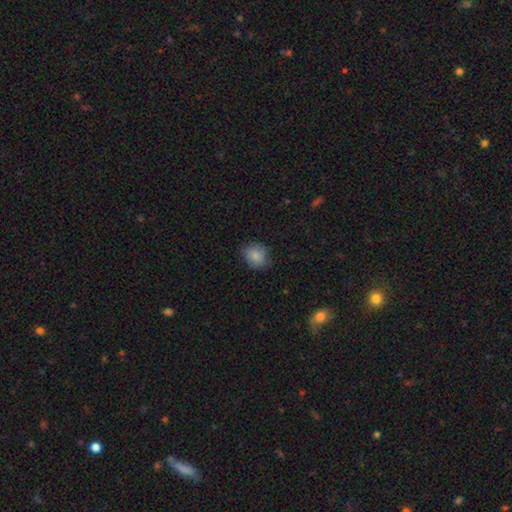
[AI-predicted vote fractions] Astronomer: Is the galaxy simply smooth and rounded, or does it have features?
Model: smooth — 83%.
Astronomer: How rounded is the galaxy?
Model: round — 76%.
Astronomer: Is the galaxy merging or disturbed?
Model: none — 77%.